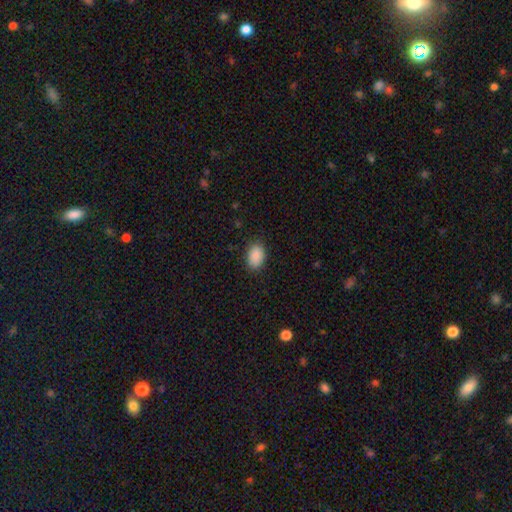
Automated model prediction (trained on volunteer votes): A smooth galaxy with no disk features (90%) that is in between round and cigar-shaped (84%).

Vote fractions:
- Smooth or featured? smooth: 90% / star or artifact: 7% / featured or disk: 3%
- How rounded? in between: 84% / round: 14% / cigar-shaped: 1%
- Merging? none: 86% / minor disturbance: 10% / major disturbance: 3% / merger: 1%